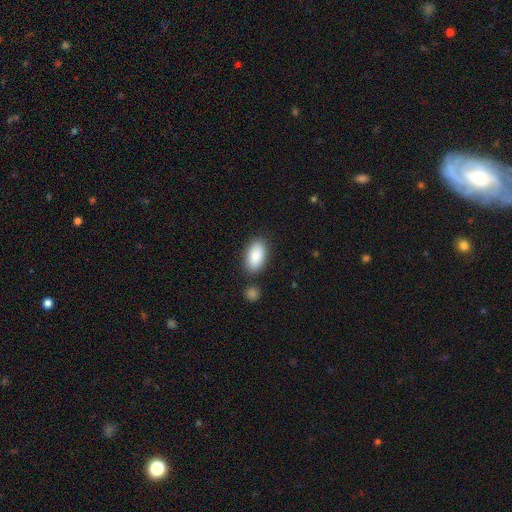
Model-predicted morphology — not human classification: smooth_or_featured: smooth (p=0.87) [alt: featured or disk p=0.07]
how_rounded: in between (p=0.94) [alt: round p=0.04]
merging: none (p=0.82) [alt: minor disturbance p=0.10]